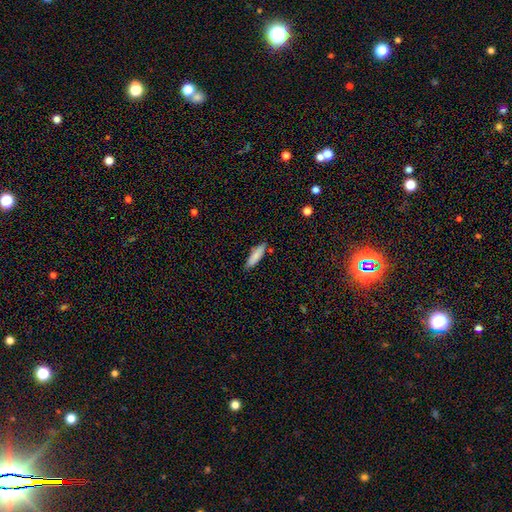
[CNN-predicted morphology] A smooth galaxy with no disk features (83%) that is cigar-shaped (62%). Merging: none (83%).